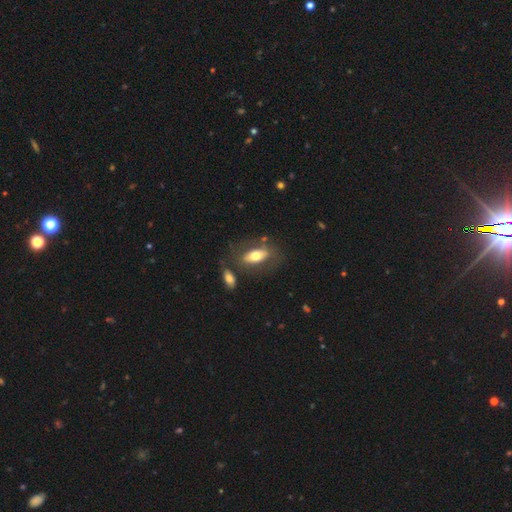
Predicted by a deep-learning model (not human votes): This is possibly a smooth galaxy (59%). How rounded: clearly in between (81%). Merging: likely none (69%).